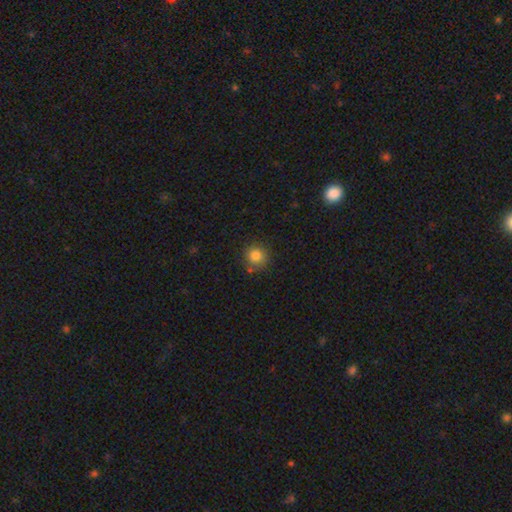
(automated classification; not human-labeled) Smooth or featured? Predicted: smooth (p=0.83). How rounded? Predicted: round (p=0.92). Merging? Predicted: none (p=0.80).